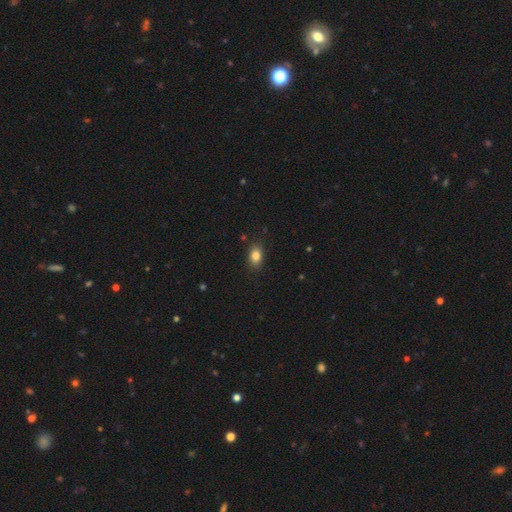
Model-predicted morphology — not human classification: Q: Smooth or featured?
A: smooth (84%); runner-up: star or artifact (9%)
Q: How rounded?
A: in between (83%); runner-up: round (15%)
Q: Merging?
A: none (85%); runner-up: minor disturbance (11%)